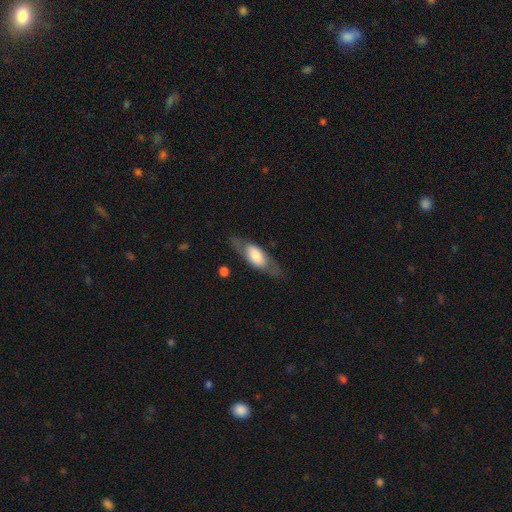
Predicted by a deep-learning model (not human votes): Smooth or featured? Predicted: smooth (p=0.51). How rounded? Predicted: in between (p=0.71). Merging? Predicted: none (p=0.75).